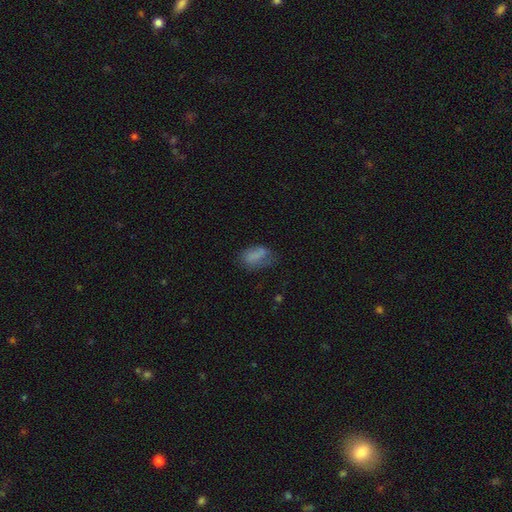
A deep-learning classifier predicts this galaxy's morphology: Smooth or featured? smooth (74%)
How rounded? in between (88%)
Merging? none (47%)